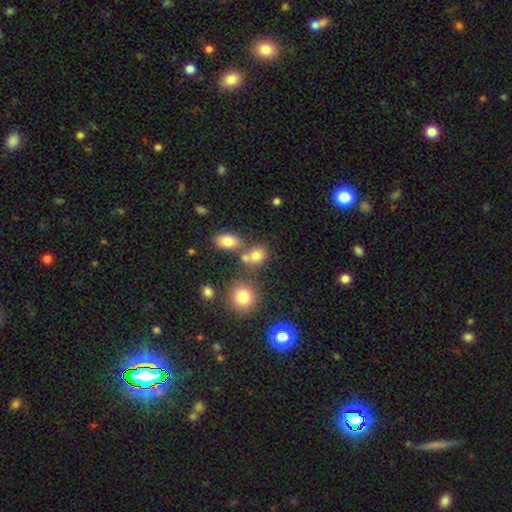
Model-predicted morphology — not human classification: Smooth or featured? Predicted: star or artifact (p=0.46).